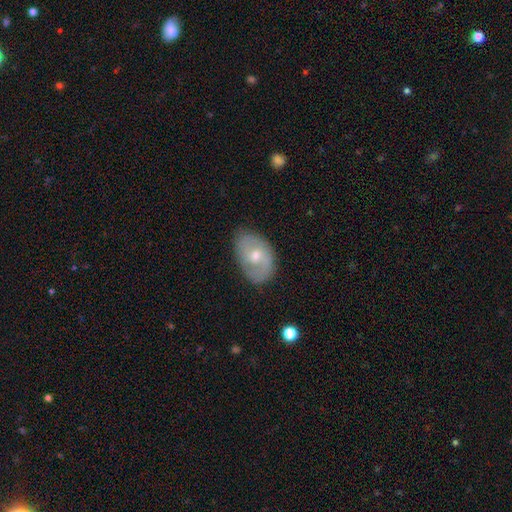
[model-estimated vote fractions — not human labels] This is possibly a featured or disk galaxy (55%). It is clearly not viewed edge-on (94%). Bar: likely no (61%). Spiral arm pattern: likely yes (65%). Central bulge: possibly moderate (54%). Merging: likely none (74%).